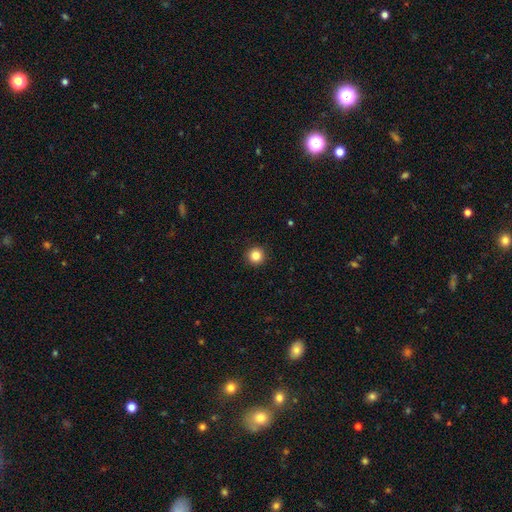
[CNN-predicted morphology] smooth 85%, star or artifact 11%, featured or disk 4%. Down the decision tree: how rounded — round (96%); merging — none (93%).